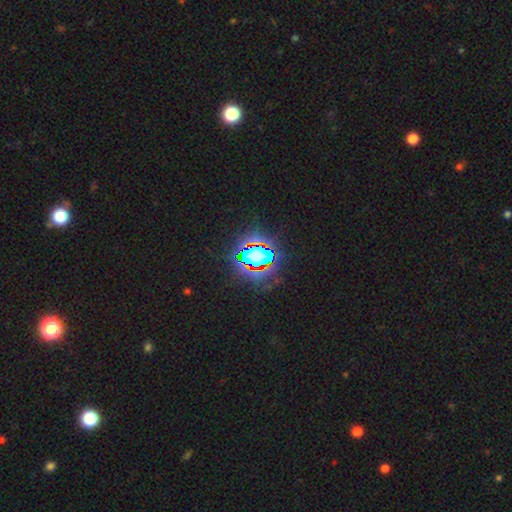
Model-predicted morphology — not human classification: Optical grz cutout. It shows a star or artifact, not a galaxy (65%).